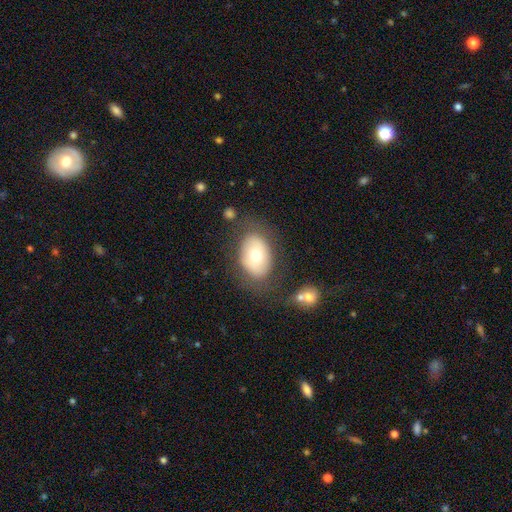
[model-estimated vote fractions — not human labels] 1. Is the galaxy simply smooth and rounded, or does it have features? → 67% smooth, 26% featured or disk, 8% star or artifact.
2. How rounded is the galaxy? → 82% in between, 17% round, 1% cigar-shaped.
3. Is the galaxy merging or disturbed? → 74% none, 15% minor disturbance, 7% major disturbance, 4% merger.